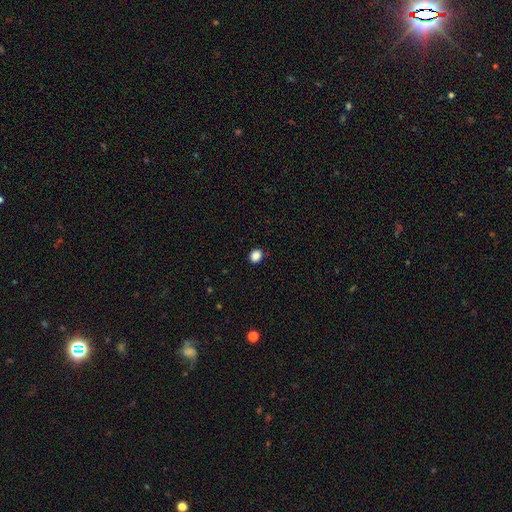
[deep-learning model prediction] The model was most divided on "how rounded": round: 52%, in between: 47%, cigar-shaped: 1%. More confident: merging — none (88%); smooth or featured — smooth (87%).